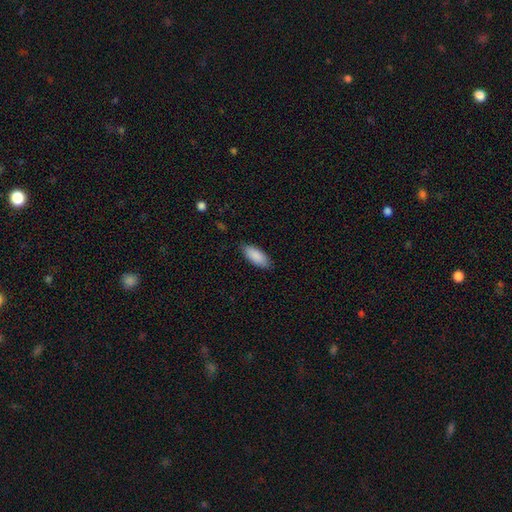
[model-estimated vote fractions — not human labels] smooth 90%, star or artifact 6%, featured or disk 5%. Down the decision tree: how rounded — in between (85%); merging — none (84%).